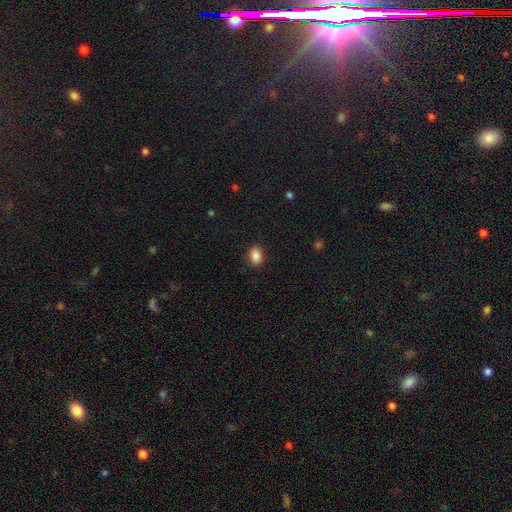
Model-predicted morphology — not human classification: Overall: smooth (88%). How rounded: in between (76%). Merging: none (88%).